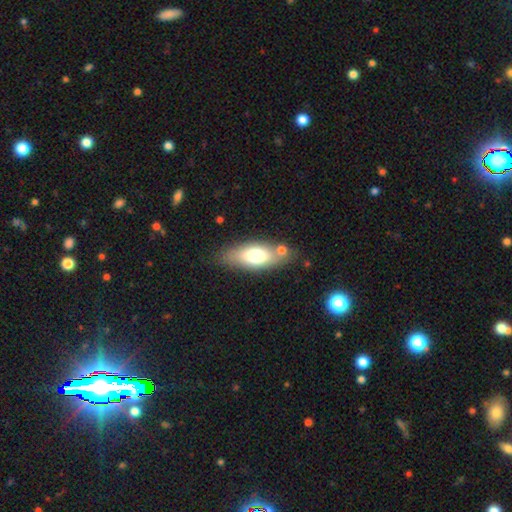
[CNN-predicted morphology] This appears to be a smooth galaxy with no disk features (67%) that is in between round and cigar-shaped (77%). Merging: none (72%).